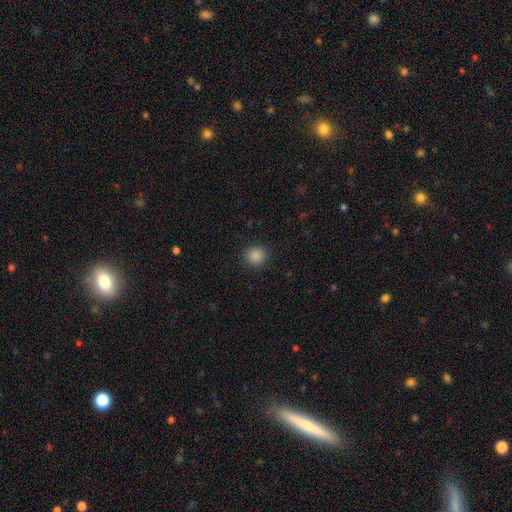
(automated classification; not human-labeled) A smooth galaxy with no disk features (87%) that is round (90%). Merging: none (91%).